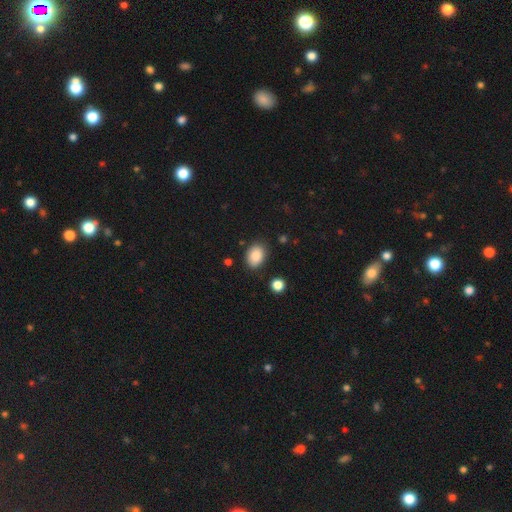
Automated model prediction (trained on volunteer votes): Morphology: type=smooth (86%); roundness=in between (76%); merging=none (81%).